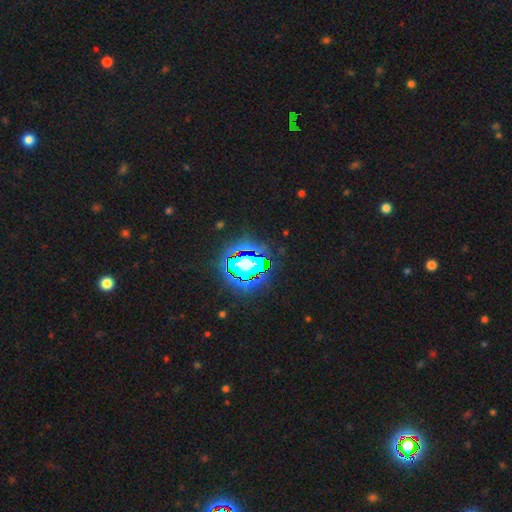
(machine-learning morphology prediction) Smooth or featured?
  - star or artifact: 83% *
  - smooth: 10%
  - featured or disk: 7%